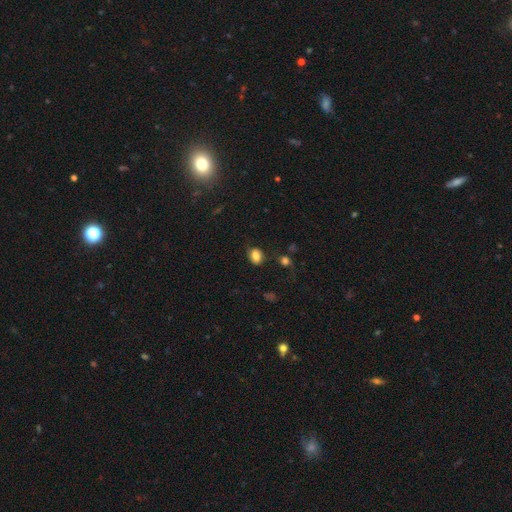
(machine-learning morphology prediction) type=smooth (82%); roundness=in between (67%); merging=none (69%).